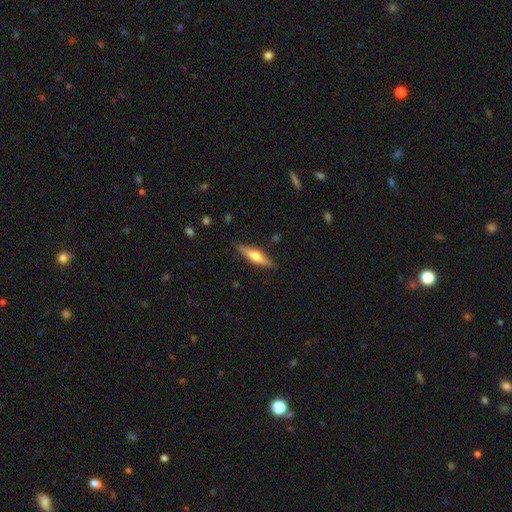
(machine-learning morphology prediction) This appears to be a featured or disk galaxy (57%) viewed edge-on (95%) with a rounded central bulge (94%). Merging: none (89%).